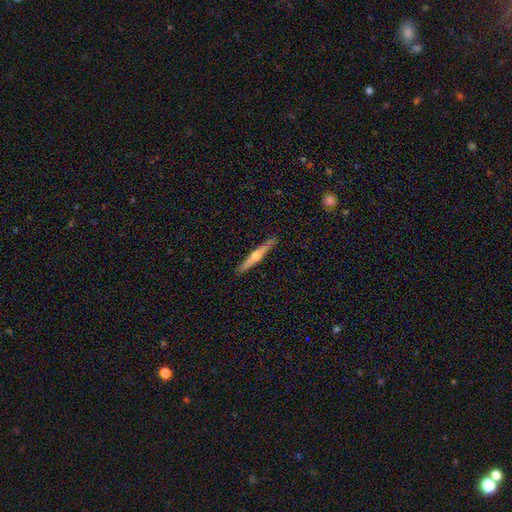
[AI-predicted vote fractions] smooth_or_featured: featured or disk (p=0.63) [alt: smooth p=0.31]
disk_edge_on: yes (p=0.97) [alt: no p=0.03]
edge_on_bulge: rounded (p=0.81) [alt: none p=0.12]
merging: none (p=0.89) [alt: minor disturbance p=0.08]